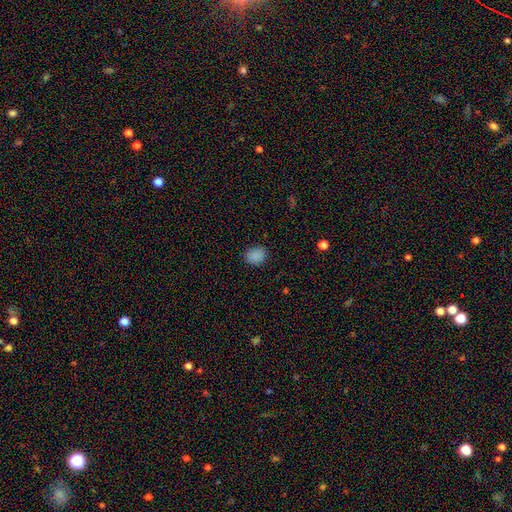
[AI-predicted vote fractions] A smooth galaxy with no disk features (86%) that is round (54%). Merging: none (85%).